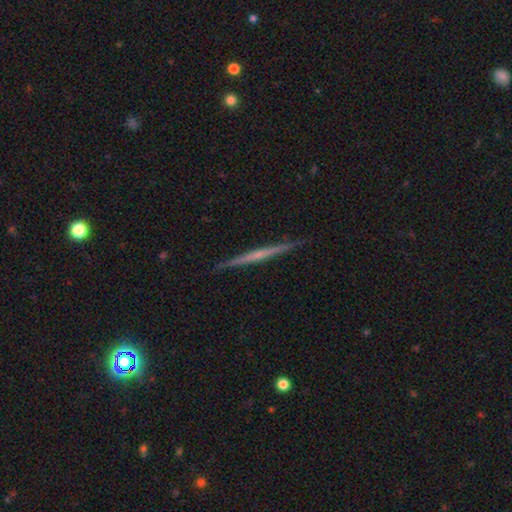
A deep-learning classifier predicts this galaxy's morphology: The model was most divided on "smooth or featured": featured or disk: 67%, smooth: 28%, star or artifact: 6%. More confident: edge-on disk — yes (98%); merging — none (91%); edge-on bulge — none (70%).